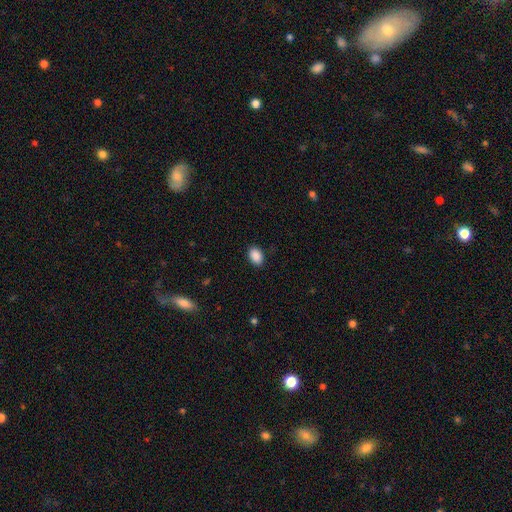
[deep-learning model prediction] Smooth or featured: smooth — 89% (star or artifact — 8%)
How rounded: in between — 85% (round — 14%)
Merging: none — 88% (minor disturbance — 9%)